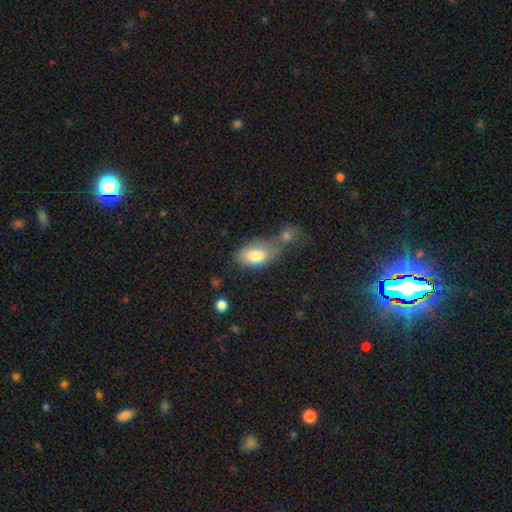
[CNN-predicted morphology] Smooth or featured?
  - smooth: 79% *
  - featured or disk: 14%
  - star or artifact: 7%
How rounded?
  - in between: 88% *
  - round: 10%
  - cigar-shaped: 2%
Merging?
  - merger: 41% *
  - none: 33%
  - minor disturbance: 16%
  - major disturbance: 10%